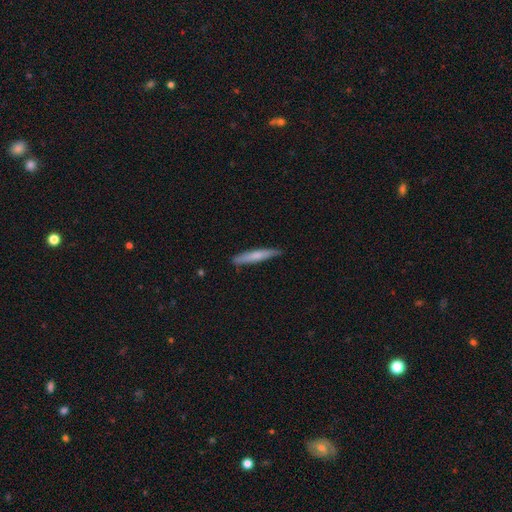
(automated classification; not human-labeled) smooth-or-featured: smooth: 66% | featured or disk: 29% | star or artifact: 5%
  how-rounded: cigar-shaped: 93% | in between: 5% | round: 1%
  merging: none: 86% | minor disturbance: 11% | major disturbance: 2% | merger: 1%